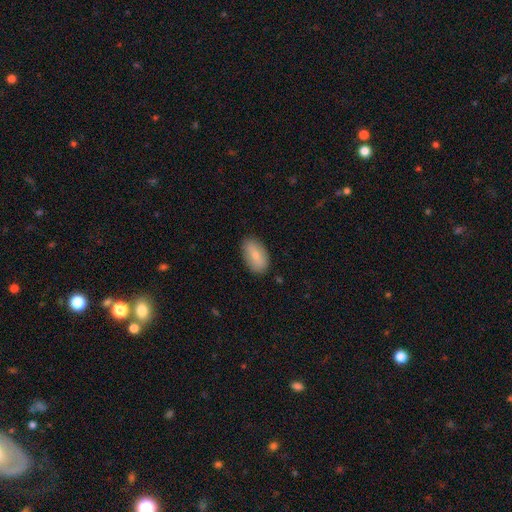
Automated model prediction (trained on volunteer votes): Overall: smooth (76%). How rounded: in between (92%). Merging: none (84%).